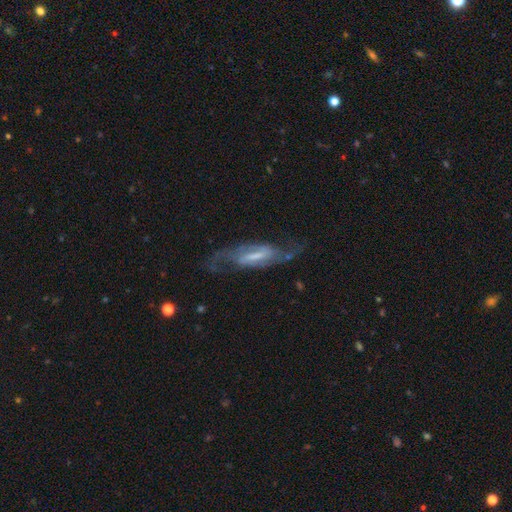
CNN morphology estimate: type=featured or disk (84%); edge-on=no (87%); bar=strong (45%); spiral arms=yes (94%); winding=medium (47%); arm count=2 (90%); bulge=small (40%); merging=none (71%).